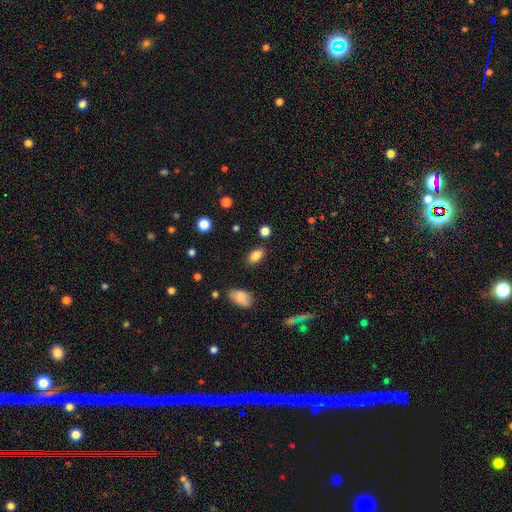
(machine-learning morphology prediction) This is clearly a smooth galaxy (84%). How rounded: clearly in between (88%). Merging: clearly none (86%).